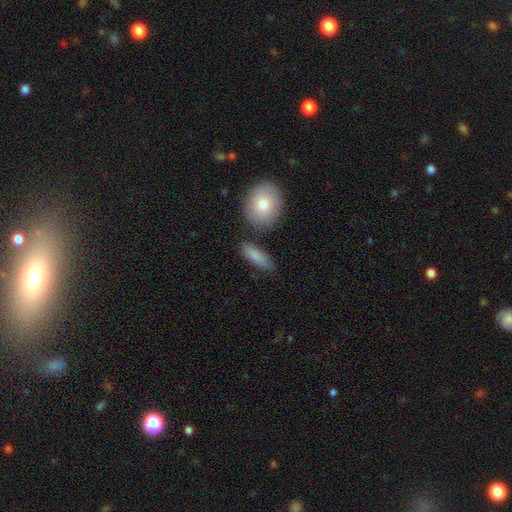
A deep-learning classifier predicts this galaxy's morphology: Smooth or featured: smooth — 85% (featured or disk — 9%)
How rounded: in between — 62% (cigar-shaped — 33%)
Merging: none — 78% (minor disturbance — 12%)